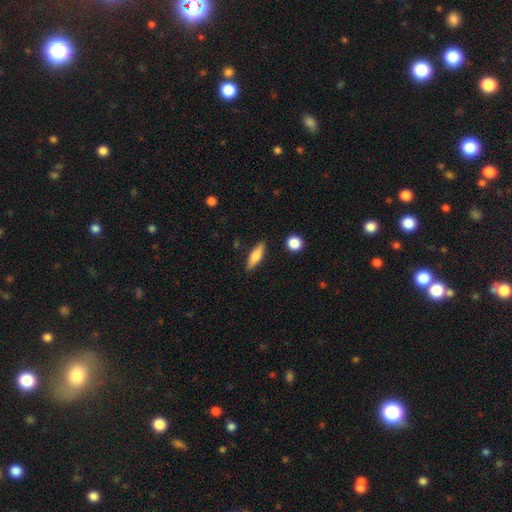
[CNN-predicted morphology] smooth-or-featured: smooth: 68% | featured or disk: 26% | star or artifact: 7%
  how-rounded: cigar-shaped: 58% | in between: 39% | round: 3%
  merging: none: 86% | minor disturbance: 10% | major disturbance: 2% | merger: 2%